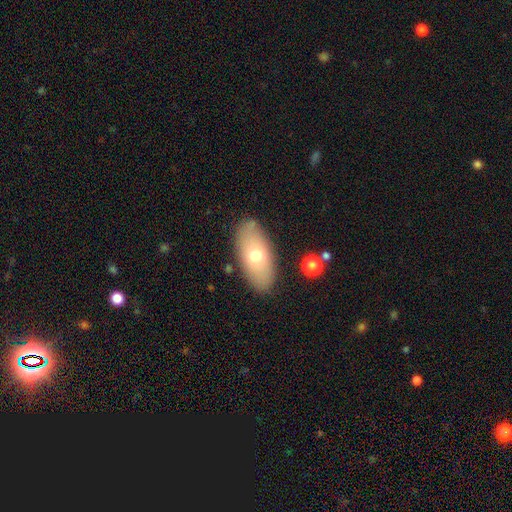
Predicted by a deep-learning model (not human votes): Smooth or featured?
  - smooth: 67% *
  - featured or disk: 25%
  - star or artifact: 8%
How rounded?
  - in between: 91% *
  - cigar-shaped: 5%
  - round: 4%
Merging?
  - none: 83% *
  - minor disturbance: 11%
  - major disturbance: 4%
  - merger: 2%